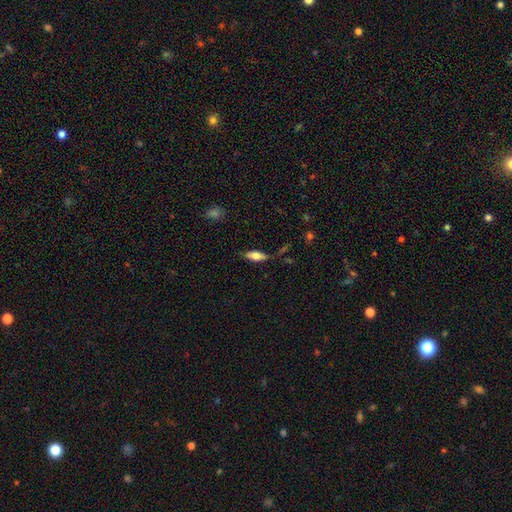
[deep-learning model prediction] smooth 66%, featured or disk 27%, star or artifact 7%. Down the decision tree: how rounded — in between (72%); merging — none (71%).